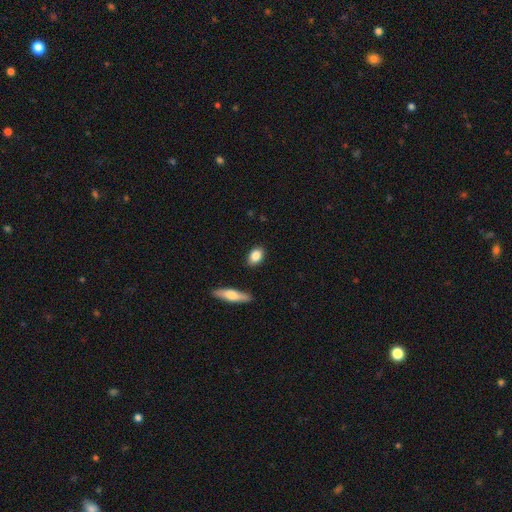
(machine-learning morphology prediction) Overall: smooth (86%). How rounded: in between (80%). Merging: none (86%).